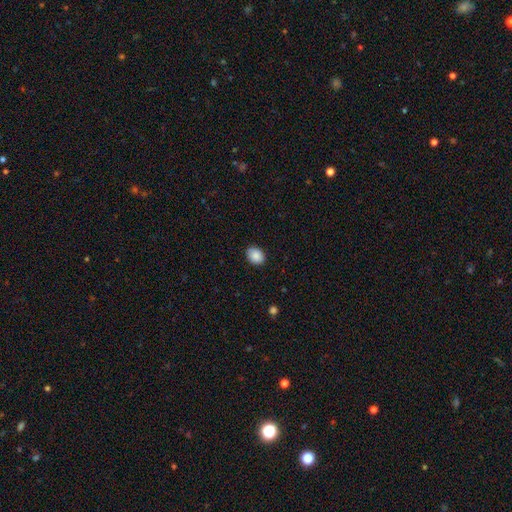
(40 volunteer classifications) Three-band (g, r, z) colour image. It shows a smooth galaxy with no disk features (95%) that is in between round and cigar-shaped (84%). Merging: none (90%).